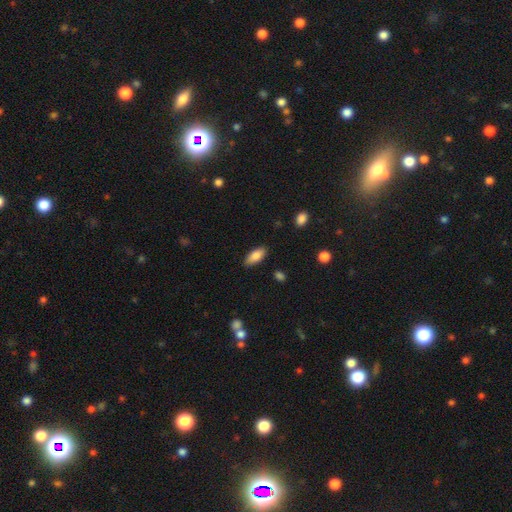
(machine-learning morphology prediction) A smooth galaxy with no disk features (83%) that is in between round and cigar-shaped (82%).

Vote fractions:
- Smooth or featured? smooth: 83% / featured or disk: 10% / star or artifact: 6%
- How rounded? in between: 82% / cigar-shaped: 16% / round: 2%
- Merging? none: 86% / minor disturbance: 11% / major disturbance: 2% / merger: 1%